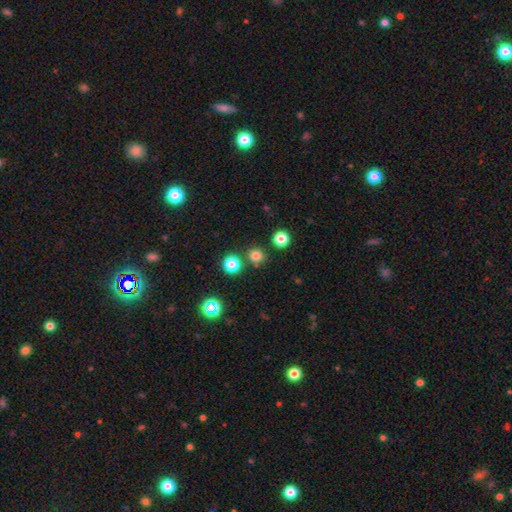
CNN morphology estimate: Smooth or featured? Predicted: smooth (p=0.76). How rounded? Predicted: round (p=0.91). Merging? Predicted: none (p=0.81).